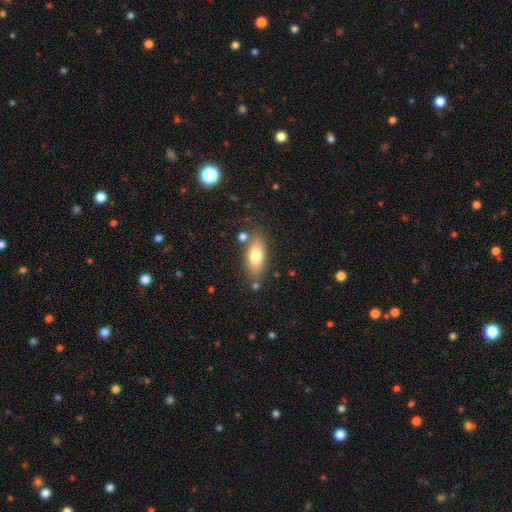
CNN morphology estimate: Smooth or featured? smooth (75%)
How rounded? in between (80%)
Merging? none (77%)